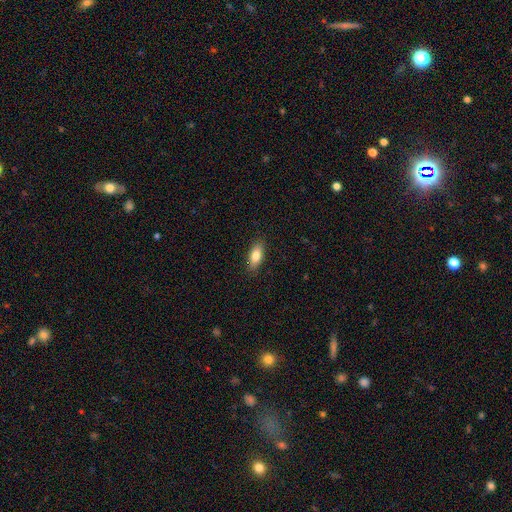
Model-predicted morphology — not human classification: Smooth or featured? smooth (81%)
How rounded? in between (80%)
Merging? none (87%)